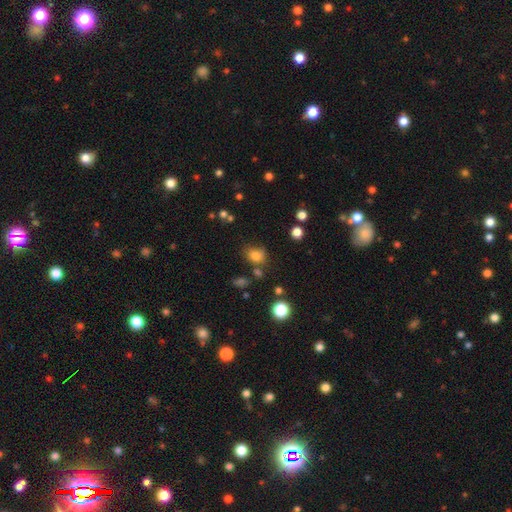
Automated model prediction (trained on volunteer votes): This appears to be a smooth galaxy with no disk features (79%) that is round (56%). Merging: none (64%).